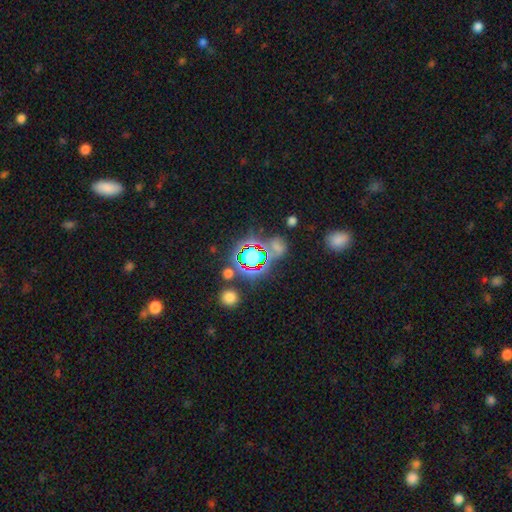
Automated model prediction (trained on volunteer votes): Q: Smooth or featured?
A: star or artifact (76%); runner-up: smooth (15%)